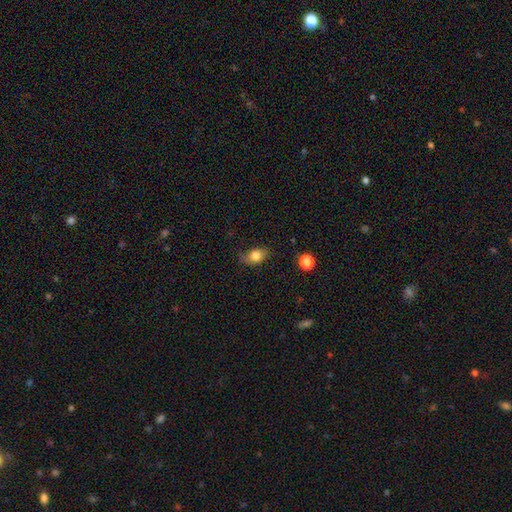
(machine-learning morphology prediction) A smooth galaxy with no disk features (80%) that is in between round and cigar-shaped (71%). Merging: none (60%).